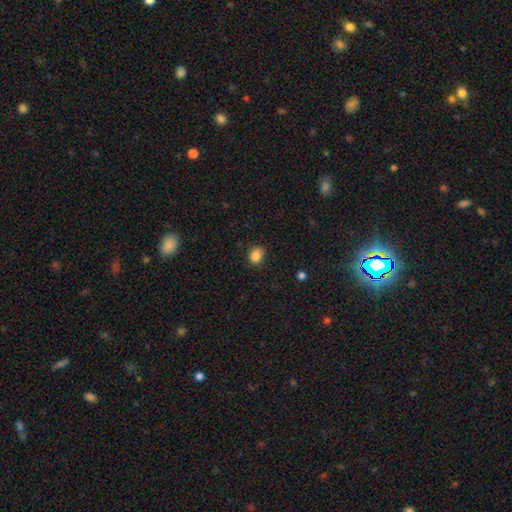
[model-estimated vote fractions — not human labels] smooth 85%, star or artifact 11%, featured or disk 4%. Down the decision tree: how rounded — round (57%); merging — none (80%).